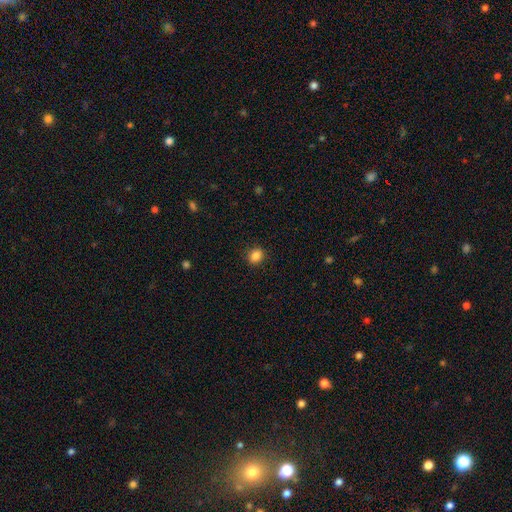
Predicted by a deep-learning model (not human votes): smooth 86%, star or artifact 10%, featured or disk 4%. Down the decision tree: how rounded — round (53%); merging — none (88%).